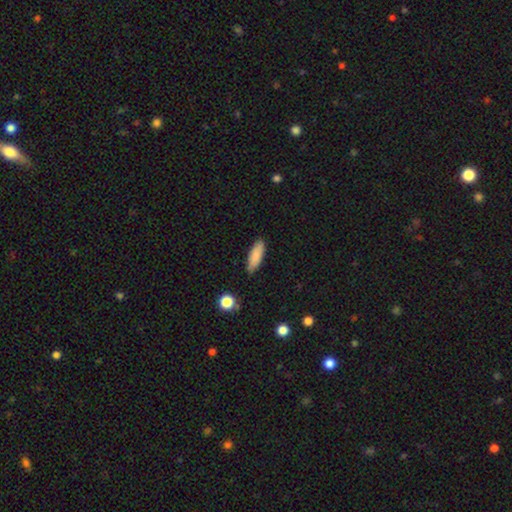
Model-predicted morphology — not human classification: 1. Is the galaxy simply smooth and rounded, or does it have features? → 86% smooth, 8% featured or disk, 7% star or artifact.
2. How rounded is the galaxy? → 58% in between, 40% cigar-shaped, 2% round.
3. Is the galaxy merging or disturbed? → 83% none, 13% minor disturbance, 2% major disturbance, 1% merger.